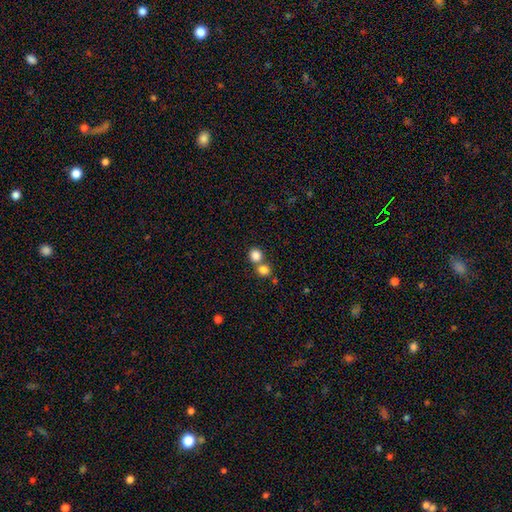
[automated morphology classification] Smooth or featured? Predicted: smooth (p=0.84). How rounded? Predicted: round (p=0.83). Merging? Predicted: none (p=0.53).